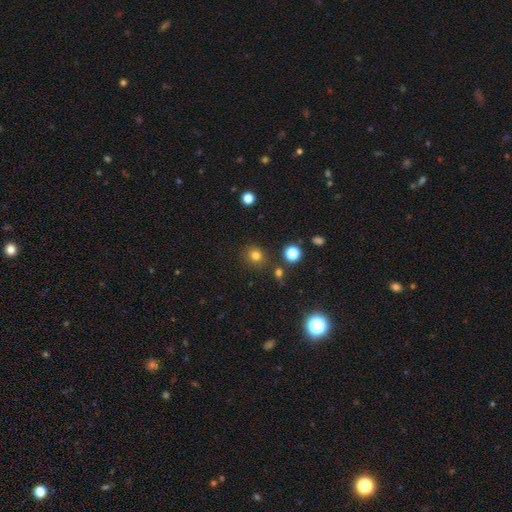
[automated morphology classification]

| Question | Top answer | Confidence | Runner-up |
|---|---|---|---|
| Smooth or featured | smooth | 77% | star or artifact (17%) |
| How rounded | round | 82% | in between (17%) |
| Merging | none | 83% | minor disturbance (10%) |